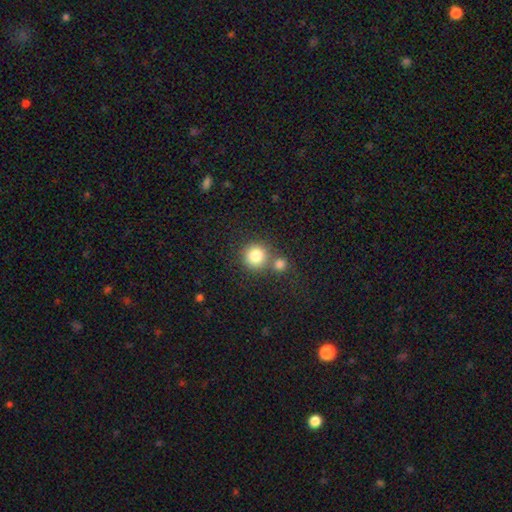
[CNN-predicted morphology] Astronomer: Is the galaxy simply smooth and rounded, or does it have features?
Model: smooth — 83%.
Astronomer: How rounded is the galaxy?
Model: round — 93%.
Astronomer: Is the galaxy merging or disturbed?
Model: none — 62%.